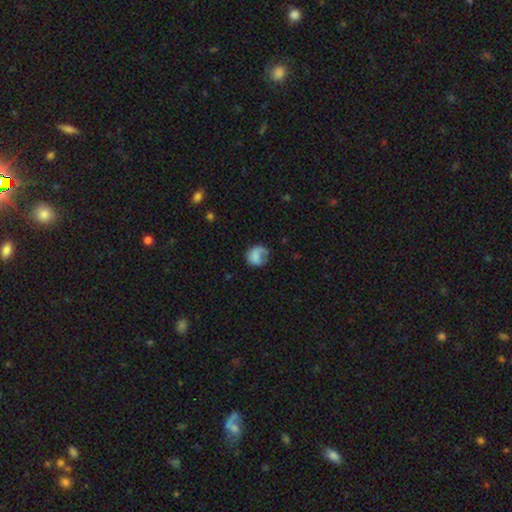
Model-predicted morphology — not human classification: A smooth galaxy with no disk features (66%) that is round (65%).

Vote fractions:
- Smooth or featured? smooth: 66% / featured or disk: 26% / star or artifact: 9%
- How rounded? round: 65% / in between: 34% / cigar-shaped: 1%
- Merging? none: 43% / minor disturbance: 28% / major disturbance: 27% / merger: 3%